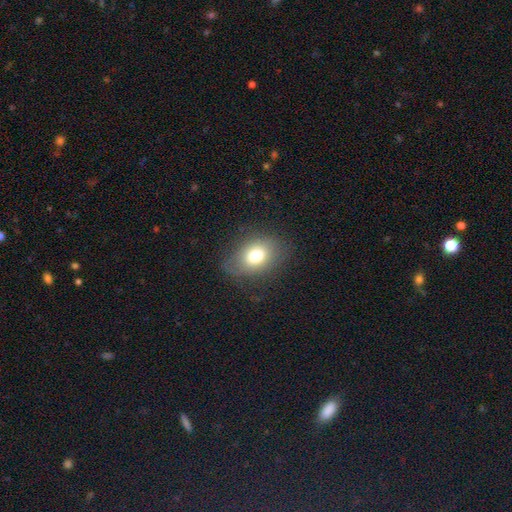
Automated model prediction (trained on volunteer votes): Overall: smooth (73%). How rounded: in between (68%; round 30%). Merging: none (75%).